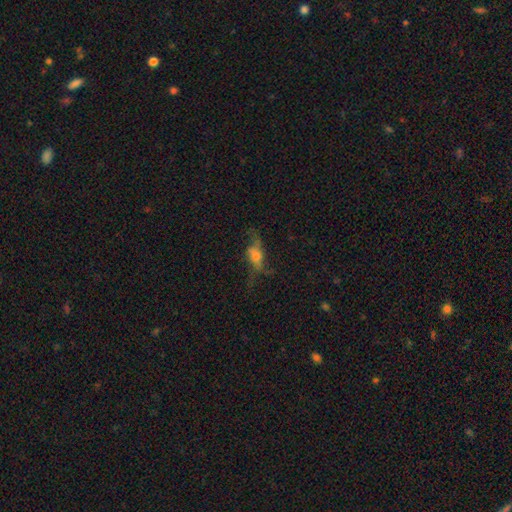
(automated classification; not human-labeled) Smooth or featured? Predicted: featured or disk (p=0.53). Edge-on disk? Predicted: no (p=0.62). Merging? Predicted: none (p=0.49).